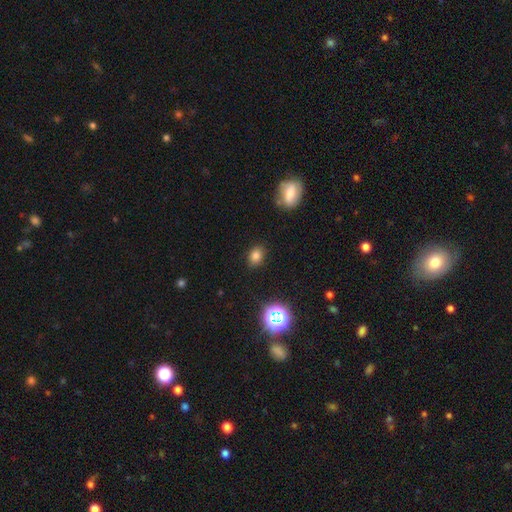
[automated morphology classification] type=smooth (79%); roundness=in between (57%); merging=none (86%).